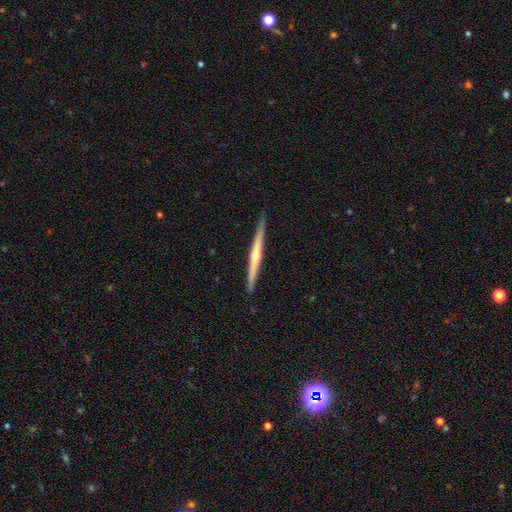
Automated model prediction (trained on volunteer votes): This is likely a featured or disk galaxy (73%). It is clearly viewed edge-on (98%). Edge-on bulge: likely rounded (76%). Merging: clearly none (91%).